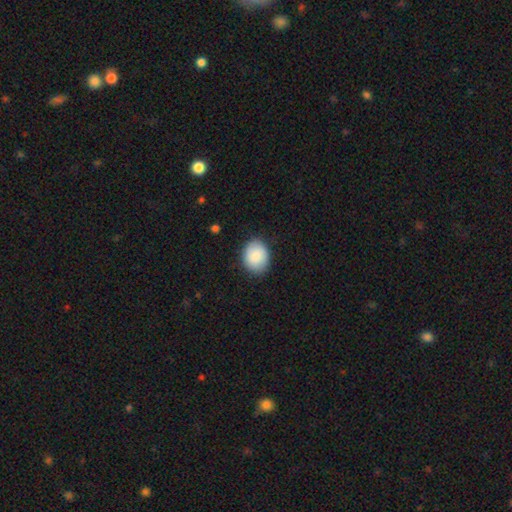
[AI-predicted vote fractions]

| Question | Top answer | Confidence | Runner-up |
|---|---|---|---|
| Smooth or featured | smooth | 87% | featured or disk (6%) |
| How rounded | in between | 50% | round (49%) |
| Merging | none | 85% | minor disturbance (12%) |